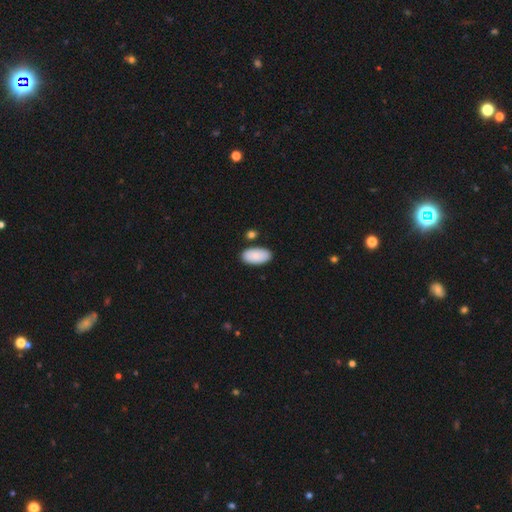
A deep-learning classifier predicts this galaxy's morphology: This is clearly a smooth galaxy (88%). How rounded: clearly in between (96%). Merging: clearly none (81%).